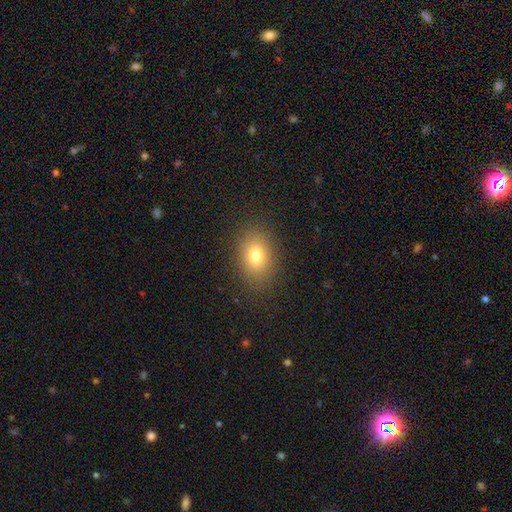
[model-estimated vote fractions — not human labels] smooth 78%, star or artifact 12%, featured or disk 10%. Down the decision tree: how rounded — in between (74%); merging — none (87%).